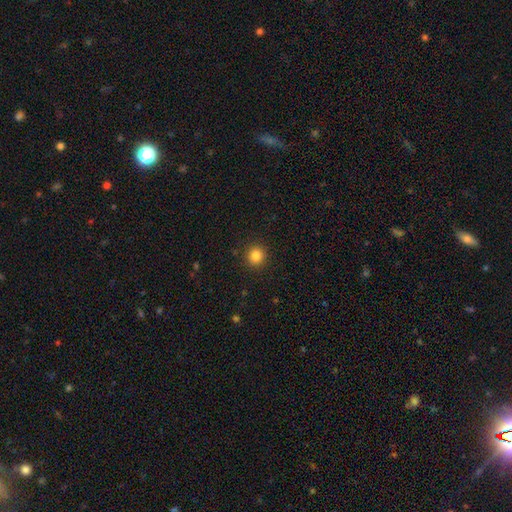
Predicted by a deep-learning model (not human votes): The model was most divided on "smooth or featured": smooth: 84%, star or artifact: 12%, featured or disk: 4%. More confident: how rounded — round (92%); merging — none (92%).